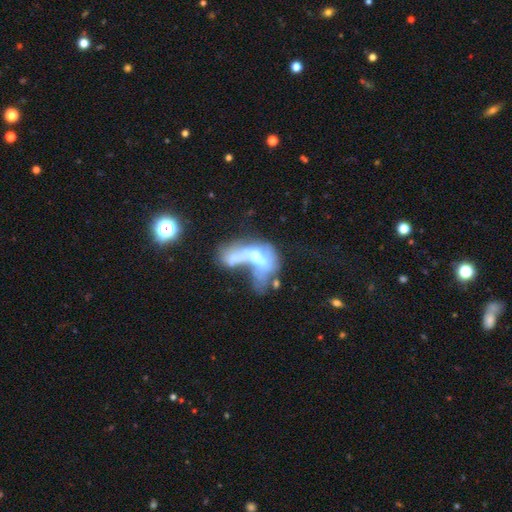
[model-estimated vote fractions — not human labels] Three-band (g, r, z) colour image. It shows a featured or disk galaxy (60%) with no bar (69%), no spiral arms (73%) and a moderate central bulge (54%). Merging: merger (65%).